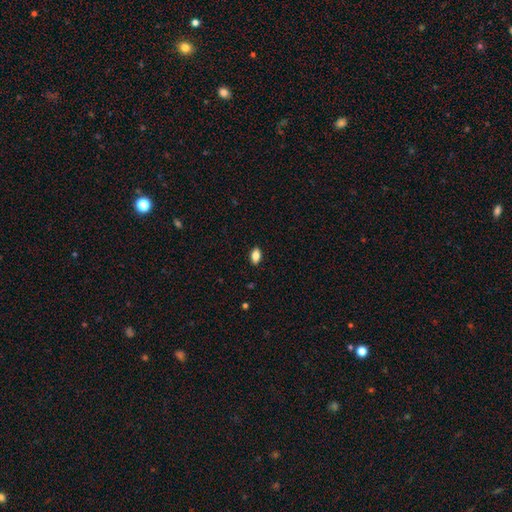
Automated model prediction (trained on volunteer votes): Morphology: type=smooth (80%); roundness=in between (89%); merging=none (88%).